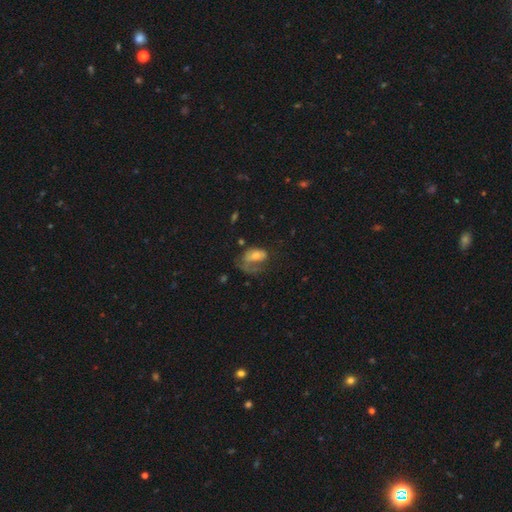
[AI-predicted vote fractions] smooth_or_featured: smooth (p=0.46) [alt: featured or disk p=0.42]
merging: major disturbance (p=0.49) [alt: none p=0.28]